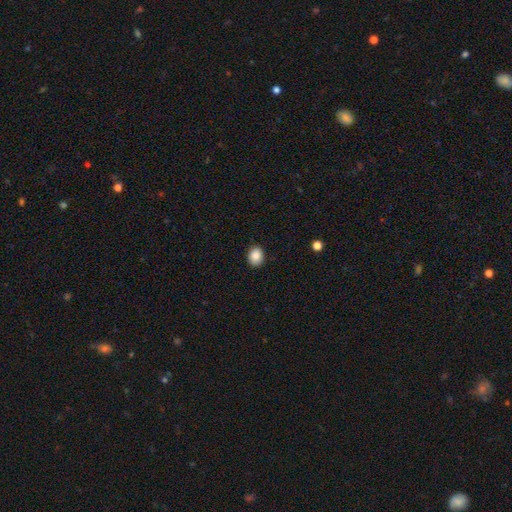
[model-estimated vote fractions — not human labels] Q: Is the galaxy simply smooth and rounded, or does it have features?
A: smooth — 87%.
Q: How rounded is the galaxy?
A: round — 52%.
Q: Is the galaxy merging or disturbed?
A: none — 90%.